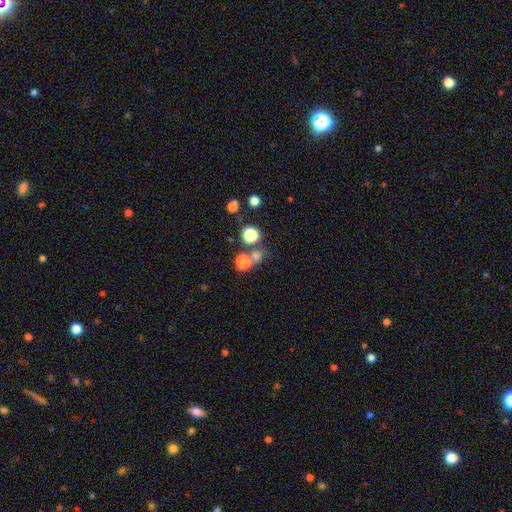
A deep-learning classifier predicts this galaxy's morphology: type=smooth (68%); roundness=round (85%); merging=none (61%).